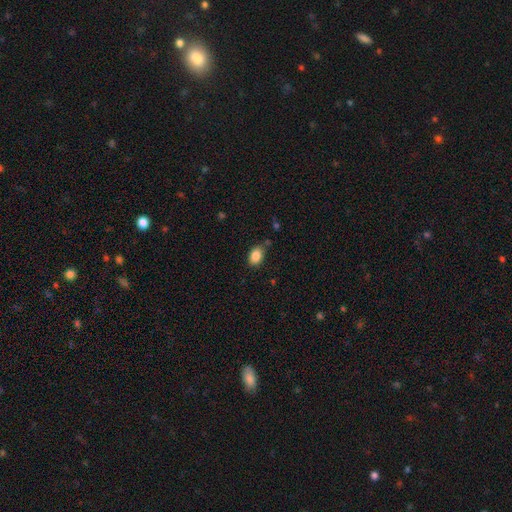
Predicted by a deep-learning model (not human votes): Smooth or featured? Predicted: smooth (p=0.87). How rounded? Predicted: in between (p=0.83). Merging? Predicted: none (p=0.79).